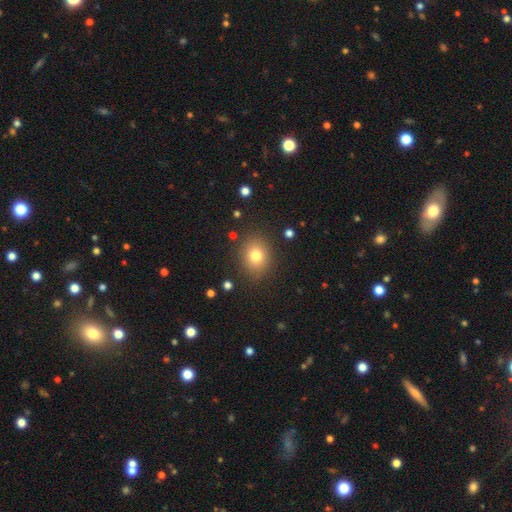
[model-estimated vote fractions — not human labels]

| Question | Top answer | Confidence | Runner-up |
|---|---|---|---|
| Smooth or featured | smooth | 77% | star or artifact (13%) |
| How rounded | round | 59% | in between (41%) |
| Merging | none | 86% | minor disturbance (9%) |